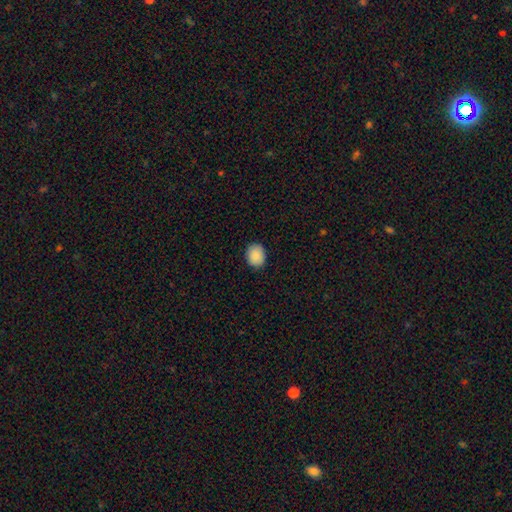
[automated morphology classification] Smooth or featured?
  - smooth: 90% *
  - star or artifact: 7%
  - featured or disk: 3%
How rounded?
  - round: 52% *
  - in between: 48%
  - cigar-shaped: 1%
Merging?
  - none: 89% *
  - minor disturbance: 8%
  - major disturbance: 2%
  - merger: 1%